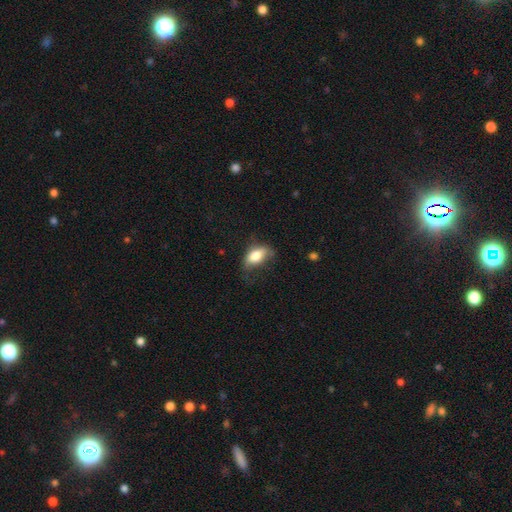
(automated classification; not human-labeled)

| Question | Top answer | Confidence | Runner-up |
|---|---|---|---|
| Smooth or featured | smooth | 76% | featured or disk (17%) |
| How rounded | in between | 88% | round (7%) |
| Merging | none | 42% | minor disturbance (34%) |